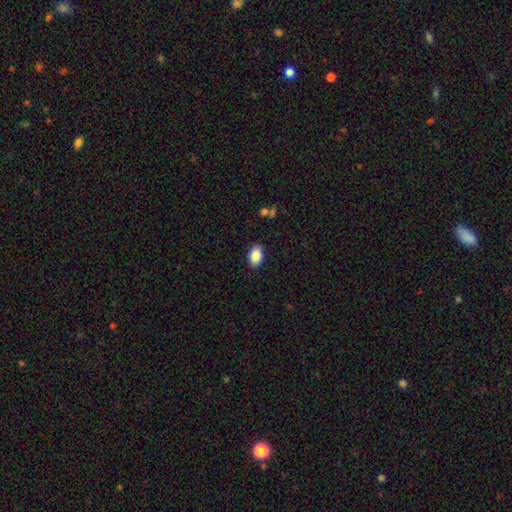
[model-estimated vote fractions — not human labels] This is clearly a smooth galaxy (86%). How rounded: clearly in between (89%). Merging: clearly none (88%).